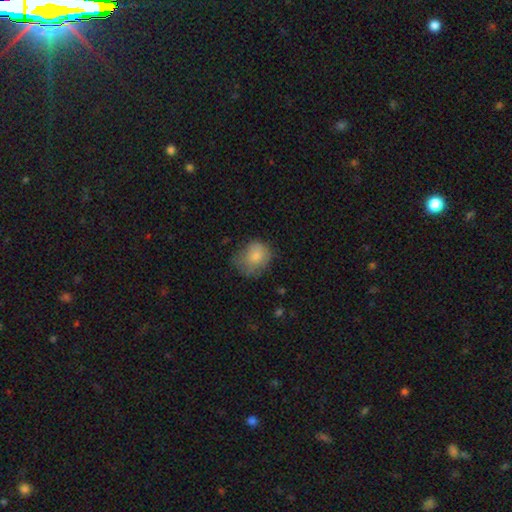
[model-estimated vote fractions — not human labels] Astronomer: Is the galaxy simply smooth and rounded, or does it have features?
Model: smooth — 78%.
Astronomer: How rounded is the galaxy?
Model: round — 59% (runner-up: in between, 40%).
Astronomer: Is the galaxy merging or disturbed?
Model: none — 42% (runner-up: minor disturbance, 36%).